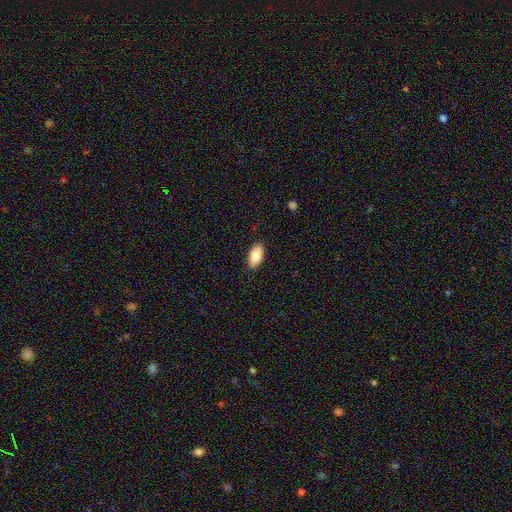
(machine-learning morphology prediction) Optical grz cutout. It shows a smooth galaxy with no disk features (82%) that is in between round and cigar-shaped (92%). Merging: none (89%).